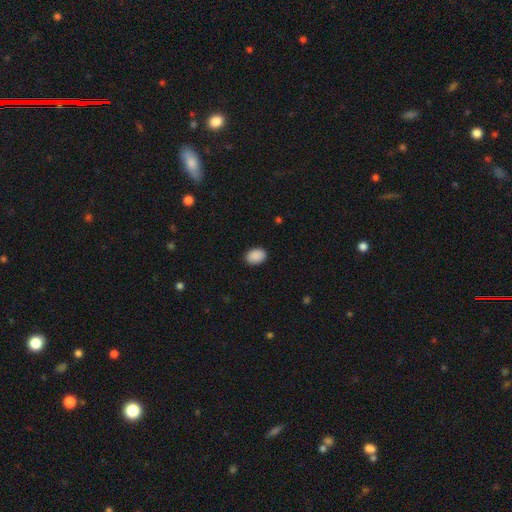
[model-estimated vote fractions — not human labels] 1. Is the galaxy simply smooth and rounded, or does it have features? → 90% smooth, 8% star or artifact, 2% featured or disk.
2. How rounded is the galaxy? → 78% in between, 21% round, 1% cigar-shaped.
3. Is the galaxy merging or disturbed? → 89% none, 8% minor disturbance, 2% major disturbance, 1% merger.